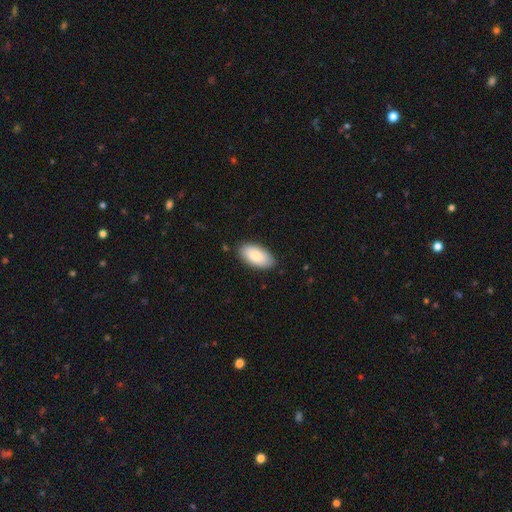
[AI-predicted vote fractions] Overall: smooth (86%). How rounded: in between (95%). Merging: none (86%).